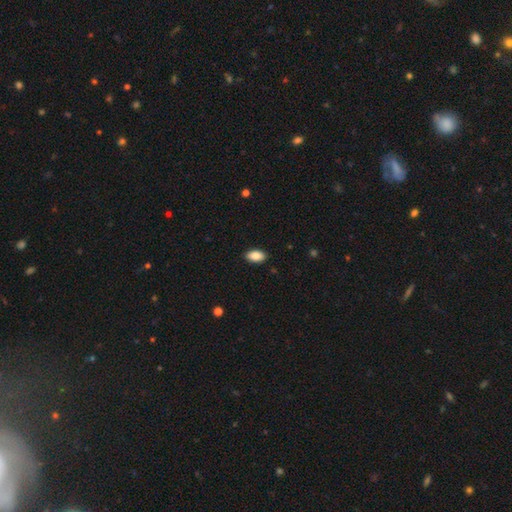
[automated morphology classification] The model was most divided on "smooth or featured": smooth: 87%, star or artifact: 7%, featured or disk: 6%. More confident: how rounded — in between (94%); merging — none (90%).